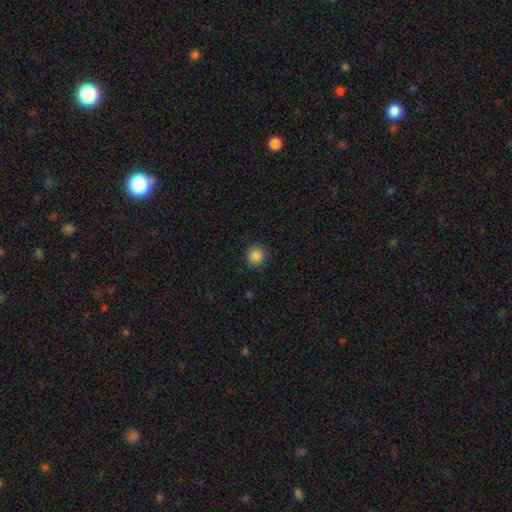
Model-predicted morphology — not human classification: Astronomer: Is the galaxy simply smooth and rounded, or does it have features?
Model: smooth — 87%.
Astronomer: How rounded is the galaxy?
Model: round — 93%.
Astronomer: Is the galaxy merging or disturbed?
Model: none — 91%.